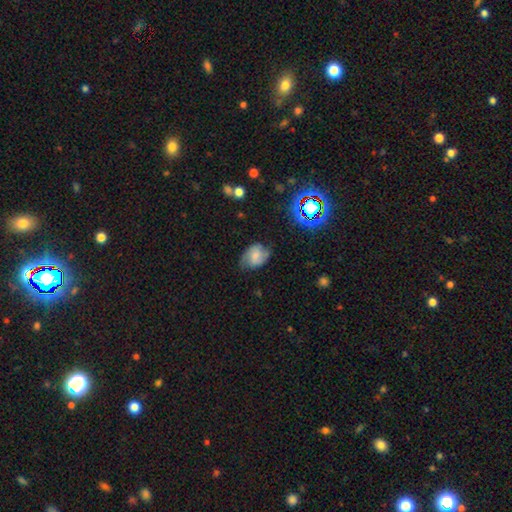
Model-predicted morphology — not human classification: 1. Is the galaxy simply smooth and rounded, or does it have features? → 49% smooth, 40% featured or disk, 12% star or artifact.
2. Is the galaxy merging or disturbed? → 60% none, 29% minor disturbance, 9% major disturbance, 2% merger.